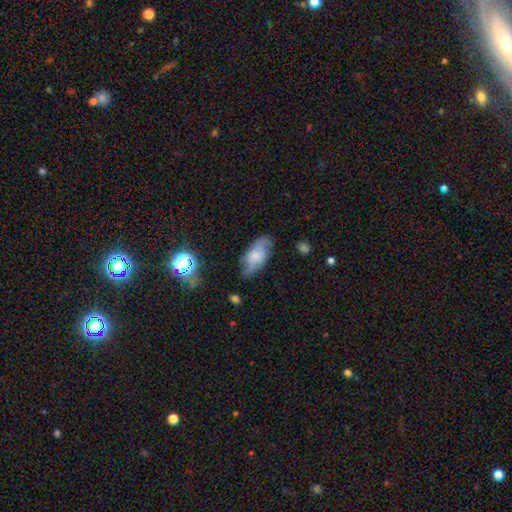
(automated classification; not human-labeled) This appears to be a smooth galaxy with no disk features (50%). Merging: none (68%).